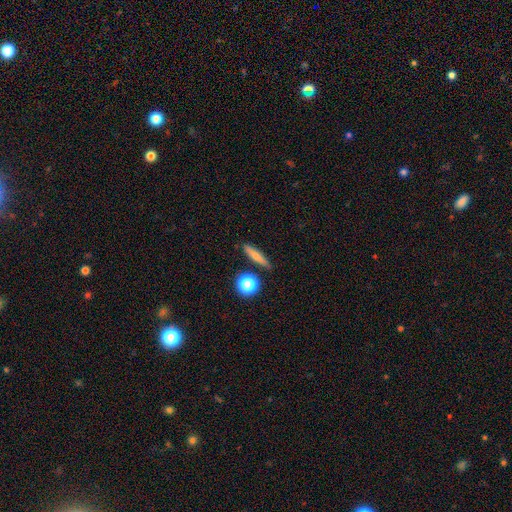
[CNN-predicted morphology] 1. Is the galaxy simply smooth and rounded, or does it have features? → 68% smooth, 21% featured or disk, 10% star or artifact.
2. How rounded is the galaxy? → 75% cigar-shaped, 14% in between, 11% round.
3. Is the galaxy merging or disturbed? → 83% none, 10% minor disturbance, 4% merger, 3% major disturbance.